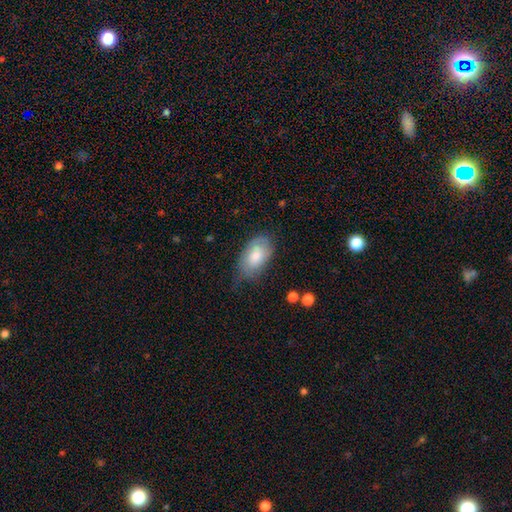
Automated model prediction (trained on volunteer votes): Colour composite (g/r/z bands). It shows a smooth galaxy with no disk features (73%) that is in between round and cigar-shaped (93%). Merging: none (55%).